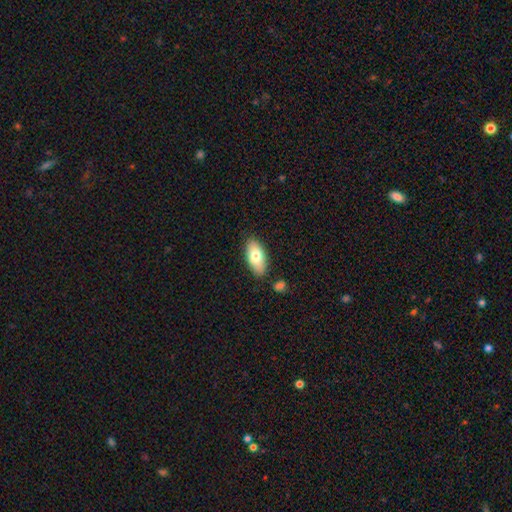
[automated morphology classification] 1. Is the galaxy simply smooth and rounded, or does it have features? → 74% smooth, 19% featured or disk, 6% star or artifact.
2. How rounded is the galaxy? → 90% in between, 7% cigar-shaped, 3% round.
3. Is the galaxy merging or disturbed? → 83% none, 11% minor disturbance, 4% merger, 2% major disturbance.